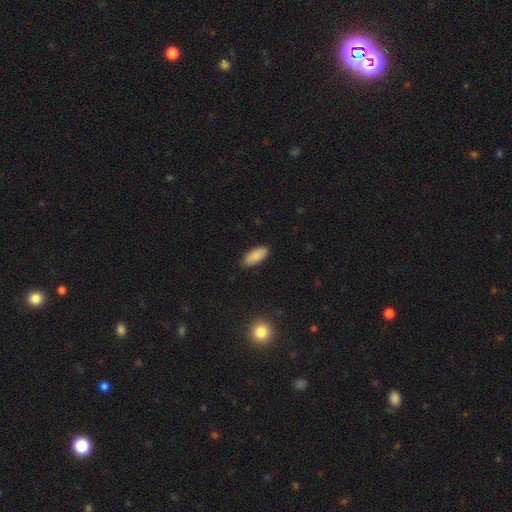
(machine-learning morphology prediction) Smooth or featured: smooth — 88% (star or artifact — 6%)
How rounded: in between — 87% (cigar-shaped — 12%)
Merging: none — 89% (minor disturbance — 9%)